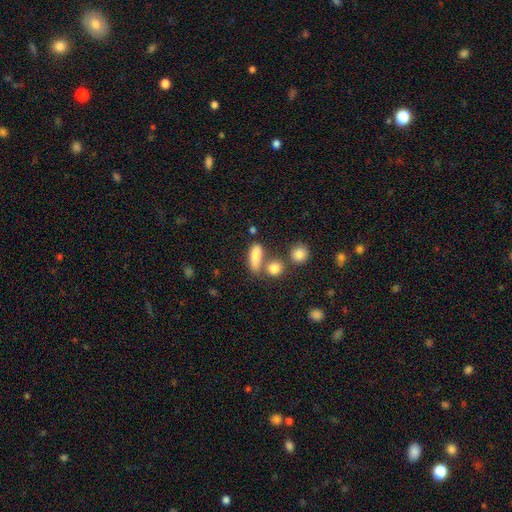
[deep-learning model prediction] Smooth or featured? Predicted: smooth (p=0.81). How rounded? Predicted: in between (p=0.60). Merging? Predicted: none (p=0.51).